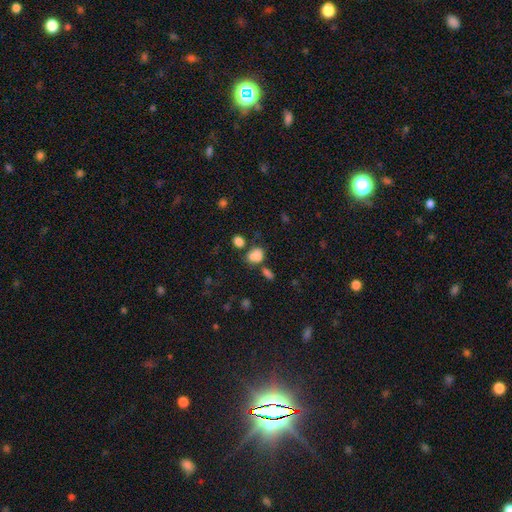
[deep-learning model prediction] smooth_or_featured: smooth (p=0.74) [alt: star or artifact p=0.14]
how_rounded: in between (p=0.54) [alt: round p=0.44]
merging: merger (p=0.42) [alt: none p=0.36]